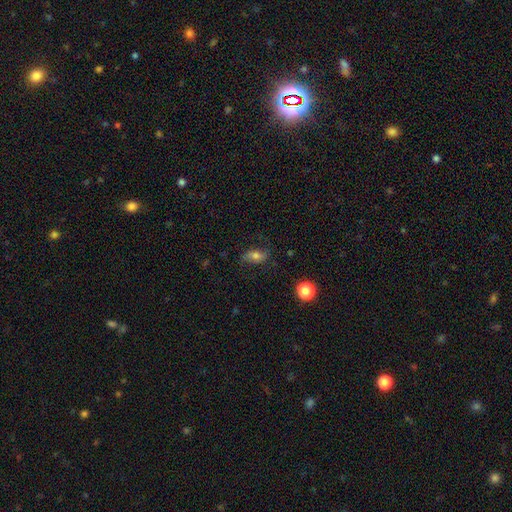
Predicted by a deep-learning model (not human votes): Q: Smooth or featured?
A: smooth (60%); runner-up: featured or disk (29%)
Q: How rounded?
A: in between (81%); runner-up: round (11%)
Q: Merging?
A: none (75%); runner-up: minor disturbance (18%)